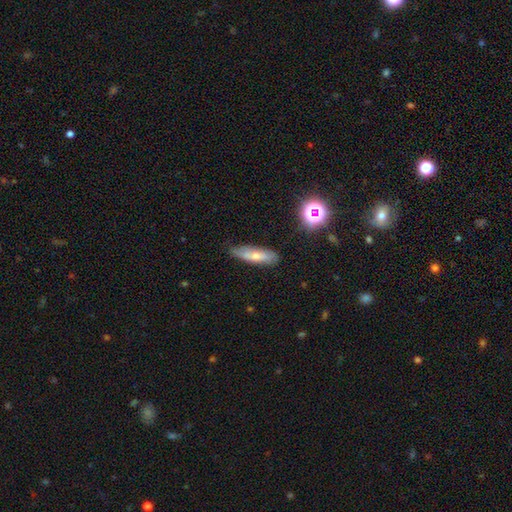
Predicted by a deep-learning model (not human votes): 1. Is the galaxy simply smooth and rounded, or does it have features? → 60% smooth, 31% featured or disk, 9% star or artifact.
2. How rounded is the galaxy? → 63% cigar-shaped, 35% in between, 3% round.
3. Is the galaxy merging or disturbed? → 79% none, 17% minor disturbance, 3% major disturbance, 2% merger.